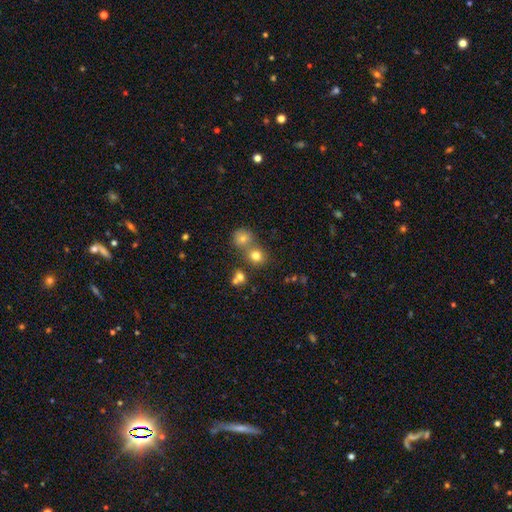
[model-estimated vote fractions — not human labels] A smooth galaxy with no disk features (76%) that is round (80%).

Vote fractions:
- Smooth or featured? smooth: 76% / star or artifact: 15% / featured or disk: 9%
- How rounded? round: 80% / in between: 19% / cigar-shaped: 1%
- Merging? none: 53% / merger: 37% / minor disturbance: 7% / major disturbance: 3%